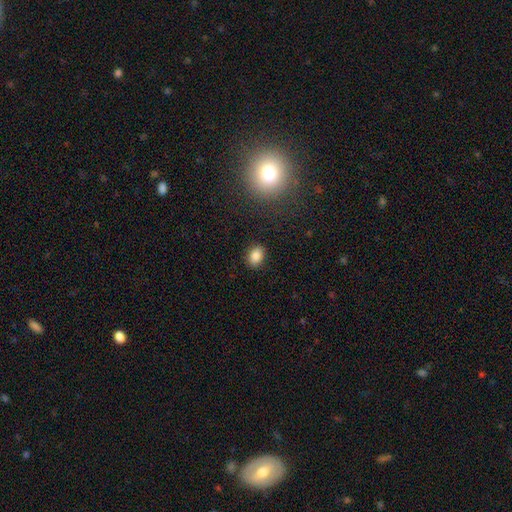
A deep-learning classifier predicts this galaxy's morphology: This is clearly a smooth galaxy (85%). How rounded: likely in between (70%). Merging: clearly none (87%).